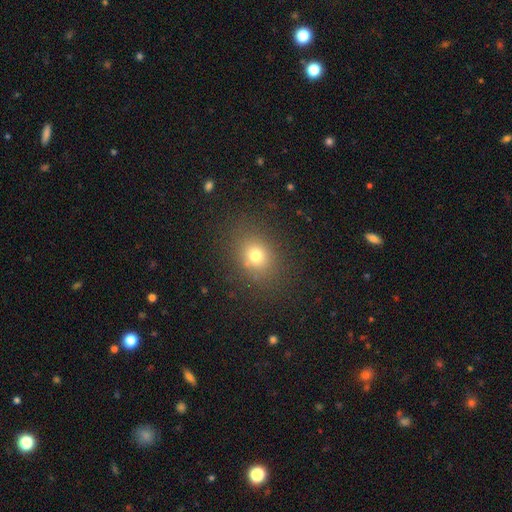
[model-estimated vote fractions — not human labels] smooth 73%, star or artifact 17%, featured or disk 10%. Down the decision tree: how rounded — round (52%); merging — none (83%).